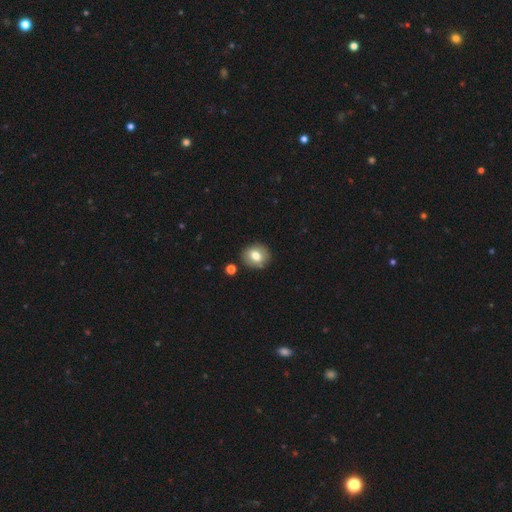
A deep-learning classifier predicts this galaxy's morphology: smooth_or_featured: smooth (p=0.74) [alt: featured or disk p=0.18]
how_rounded: round (p=0.73) [alt: in between p=0.26]
merging: none (p=0.86) [alt: minor disturbance p=0.09]